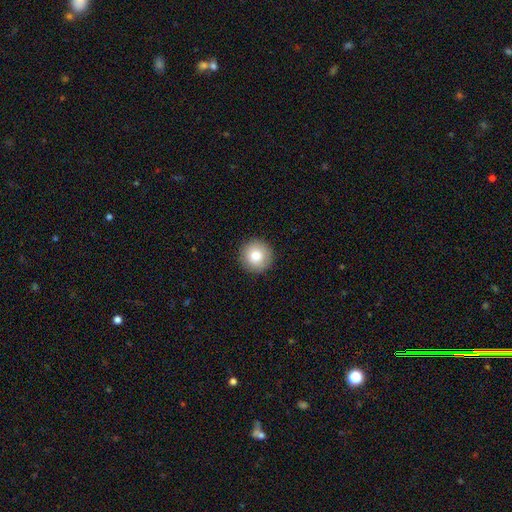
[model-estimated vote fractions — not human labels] Morphology: type=smooth (79%); roundness=round (96%); merging=none (92%).